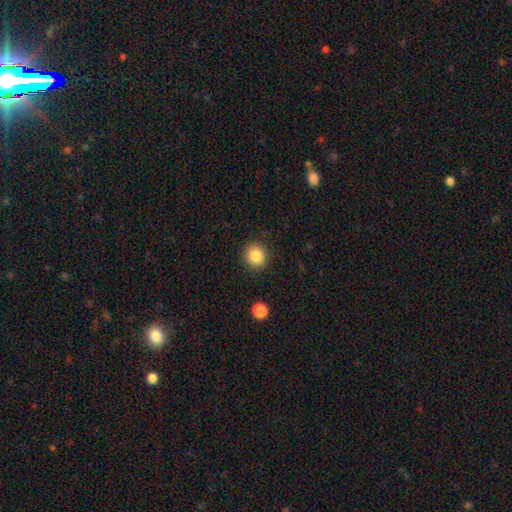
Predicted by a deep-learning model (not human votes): Morphology: type=smooth (85%); roundness=round (92%); merging=none (90%).